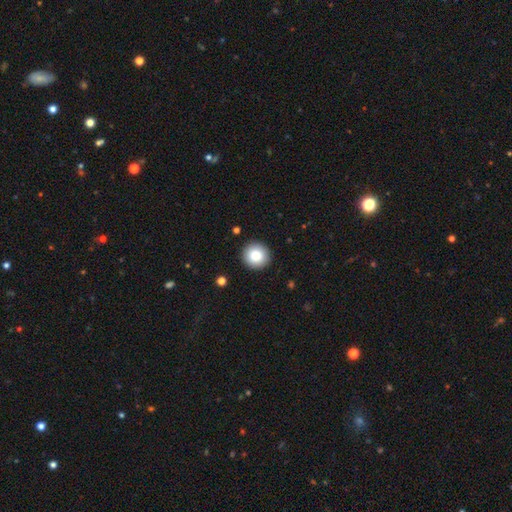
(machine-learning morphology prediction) Smooth or featured? smooth (85%)
How rounded? round (94%)
Merging? none (92%)